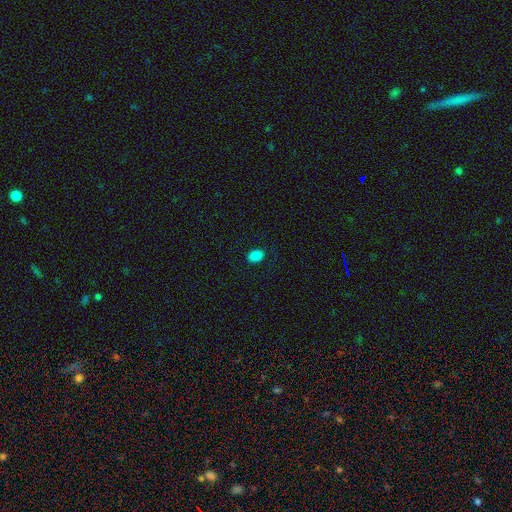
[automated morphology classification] The model was most divided on "how rounded": in between: 75%, round: 24%, cigar-shaped: 1%. More confident: merging — none (88%); smooth or featured — smooth (87%).